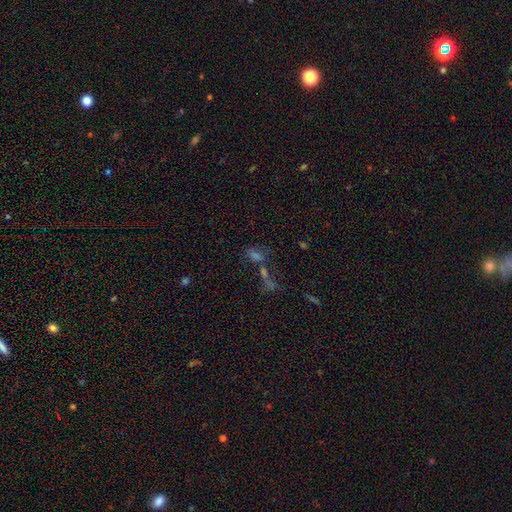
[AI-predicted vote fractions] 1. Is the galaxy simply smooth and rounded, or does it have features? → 40% star or artifact (tied), 40% smooth (tied), 20% featured or disk.